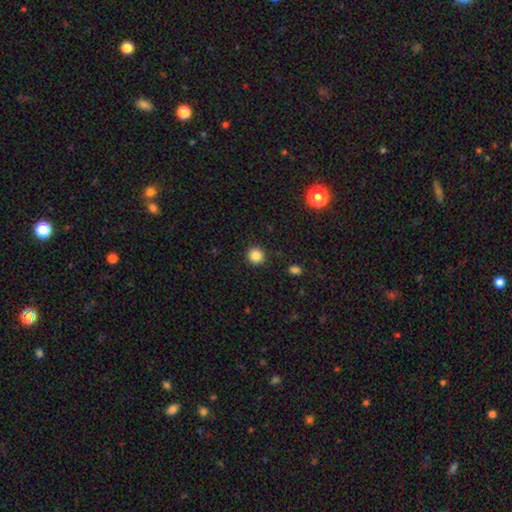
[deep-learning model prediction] Morphology: type=smooth (86%); roundness=round (93%); merging=none (91%).